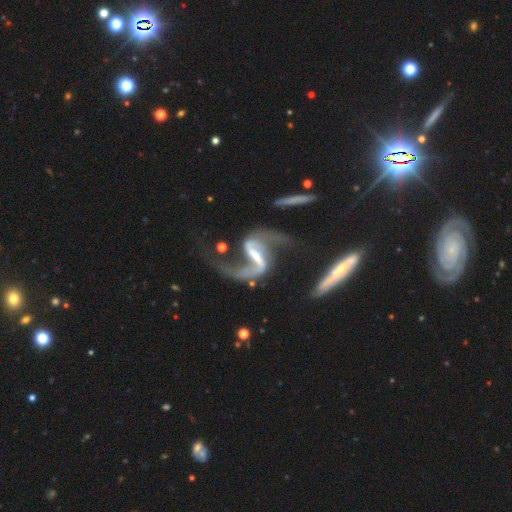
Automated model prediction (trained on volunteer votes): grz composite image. It shows a featured or disk galaxy (92%) with a strong bar (60%), 2 (92%) loose (77%) spiral arms (97%) and a small central bulge (41%). Merging: none (52%).